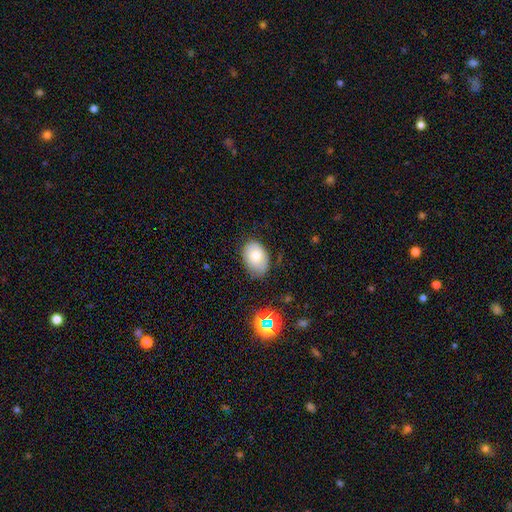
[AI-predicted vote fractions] This appears to be a smooth galaxy with no disk features (76%) that is in between round and cigar-shaped (84%). Merging: none (65%).